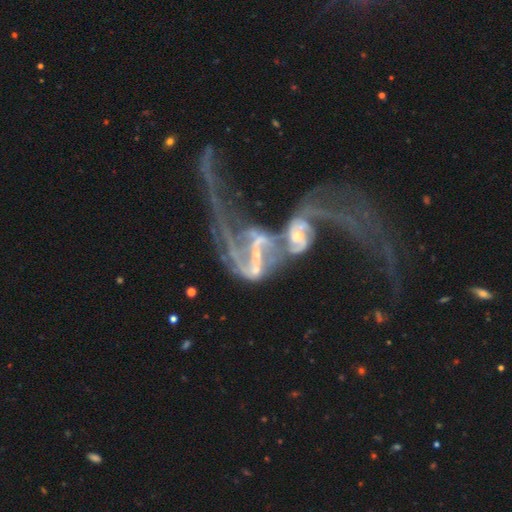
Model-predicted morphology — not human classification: The model was most divided on "bar": strong: 40%, weak: 32%, no: 29%. Remaining: edge-on disk — no (95%); spiral arms — yes (85%); smooth or featured — featured or disk (84%); merging — merger (75%); spiral winding — loose (66%); spiral arm count — 2 (59%); bulge size — small (48%).